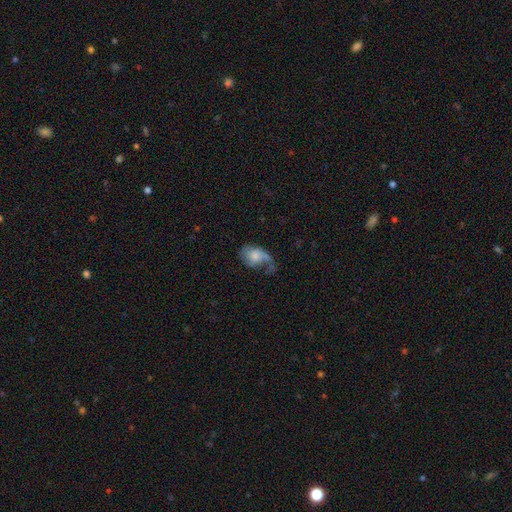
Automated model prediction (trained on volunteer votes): Overall: featured or disk (51%; smooth 41%). Edge-on disk: no (97%). Merging: major disturbance (48%; none 25%).